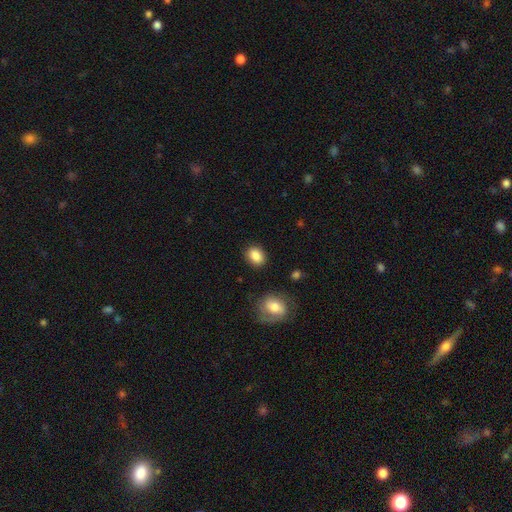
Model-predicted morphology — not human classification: smooth_or_featured: smooth (p=0.87) [alt: star or artifact p=0.08]
how_rounded: in between (p=0.62) [alt: round p=0.37]
merging: none (p=0.85) [alt: minor disturbance p=0.10]